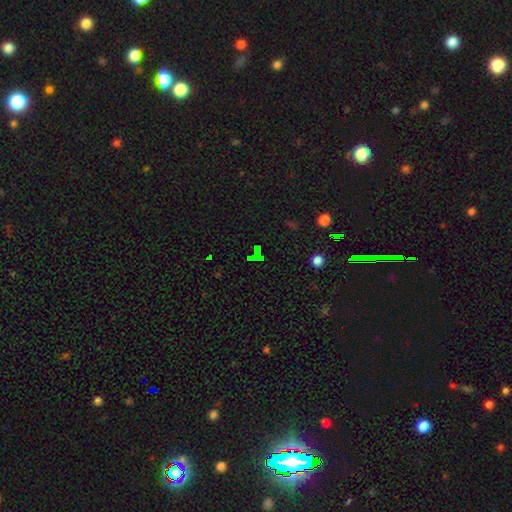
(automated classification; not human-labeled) This appears to be a star or artifact, not a galaxy (67%).